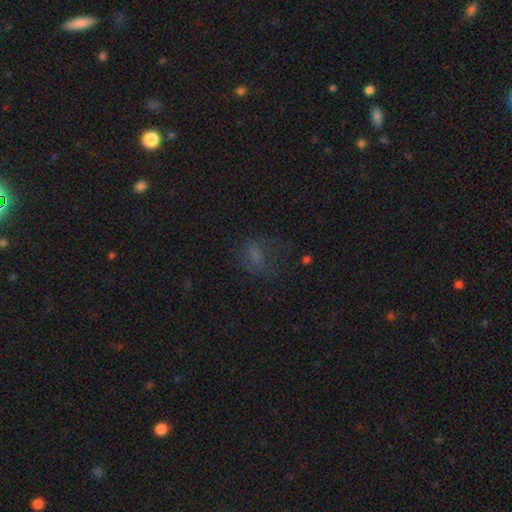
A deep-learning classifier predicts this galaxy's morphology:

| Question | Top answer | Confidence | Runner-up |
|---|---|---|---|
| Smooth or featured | smooth | 49% | star or artifact (27%) |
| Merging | none | 49% | major disturbance (28%) |